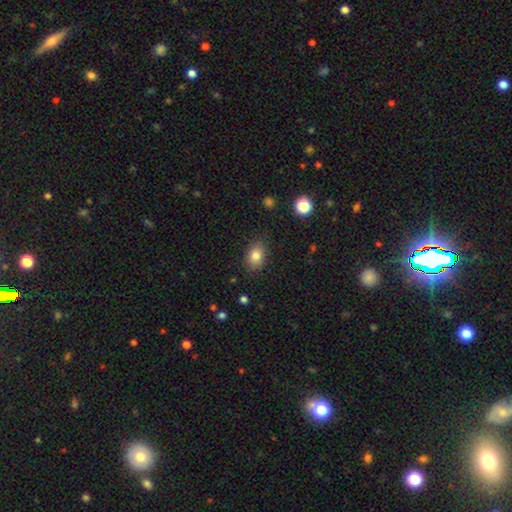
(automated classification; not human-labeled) Smooth or featured? smooth (82%)
How rounded? in between (77%)
Merging? none (84%)